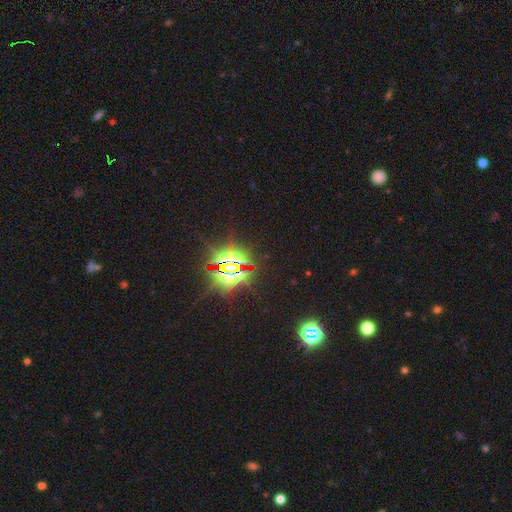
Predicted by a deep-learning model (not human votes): star or artifact 85%, smooth 9%, featured or disk 6%.